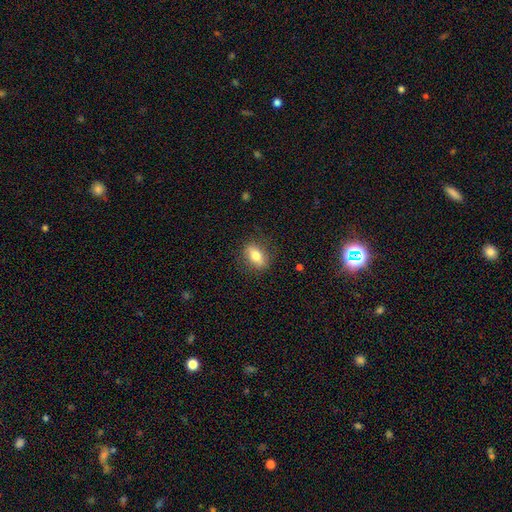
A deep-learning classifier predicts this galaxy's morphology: Q: Smooth or featured?
A: smooth (72%); runner-up: featured or disk (20%)
Q: How rounded?
A: in between (79%); runner-up: round (13%)
Q: Merging?
A: none (83%); runner-up: minor disturbance (12%)